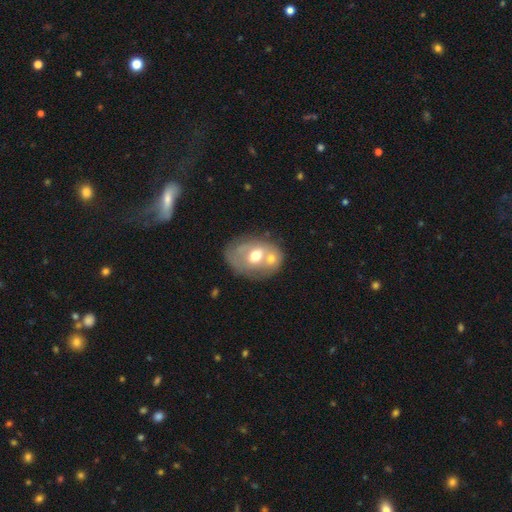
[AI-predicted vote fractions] This is possibly a smooth galaxy (49%). Merging: possibly merger (52%).